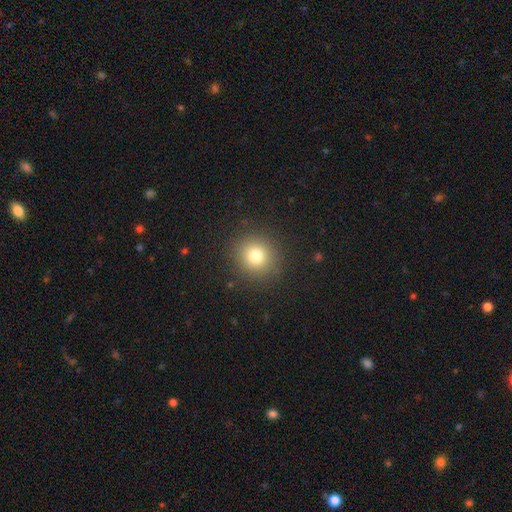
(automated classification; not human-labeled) Smooth or featured? smooth (77%)
How rounded? round (90%)
Merging? none (89%)